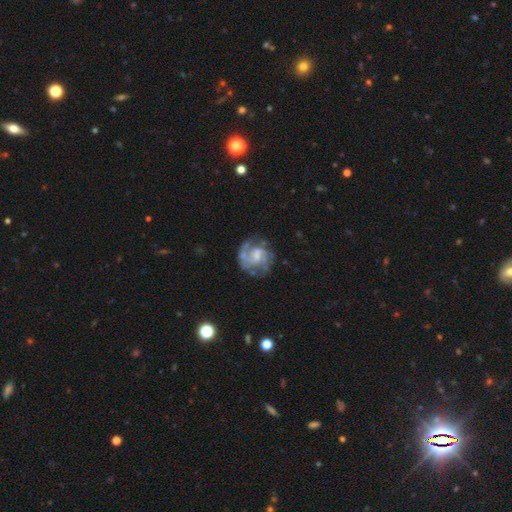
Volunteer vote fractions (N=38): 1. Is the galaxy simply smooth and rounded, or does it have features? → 84% featured or disk, 13% smooth, 3% star or artifact.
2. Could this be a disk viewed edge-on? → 100% no, 0% yes.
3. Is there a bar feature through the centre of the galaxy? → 53% weak, 44% no, 3% strong.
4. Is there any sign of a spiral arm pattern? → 66% yes, 34% no.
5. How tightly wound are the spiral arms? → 52% medium, 33% tight, 14% loose.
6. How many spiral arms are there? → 48% can't tell, 43% 2, 10% 1, 0% 3, 0% 4, 0% more than 4.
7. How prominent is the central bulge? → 41% moderate, 34% small, 22% none, 3% large, 0% dominant.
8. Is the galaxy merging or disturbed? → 73% none, 22% minor disturbance, 5% major disturbance, 0% merger.